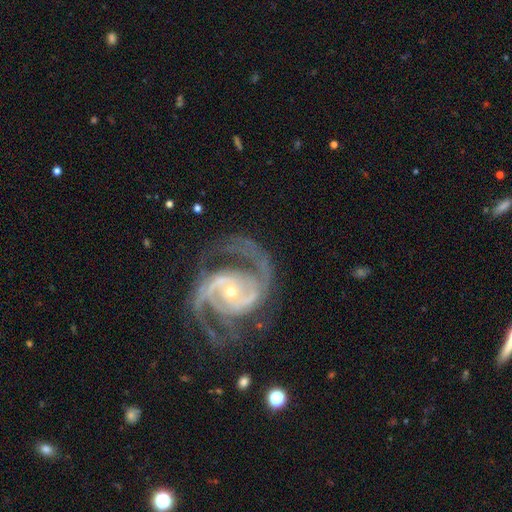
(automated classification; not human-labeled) This appears to be a featured or disk galaxy (92%) with no bar (40%), 2 (86%) medium (59%) spiral arms (98%) and a small central bulge (61%). Merging: none (72%).